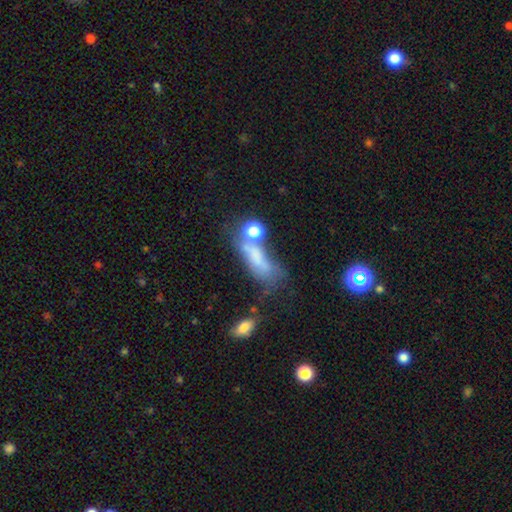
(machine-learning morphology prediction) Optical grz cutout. It shows a smooth galaxy with no disk features (54%) that is in between round and cigar-shaped (52%). Merging: merger (28%).